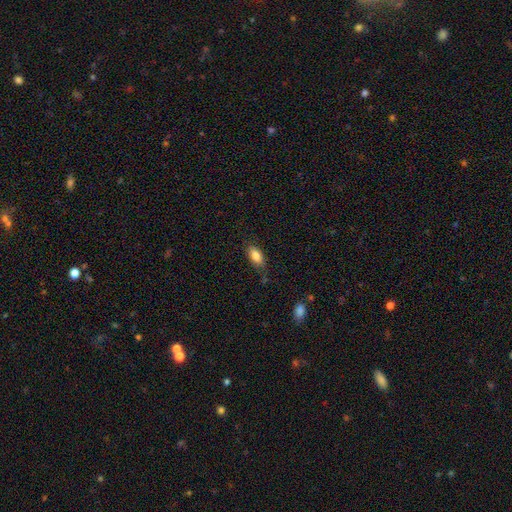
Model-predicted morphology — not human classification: type=smooth (83%); roundness=in between (88%); merging=none (76%).